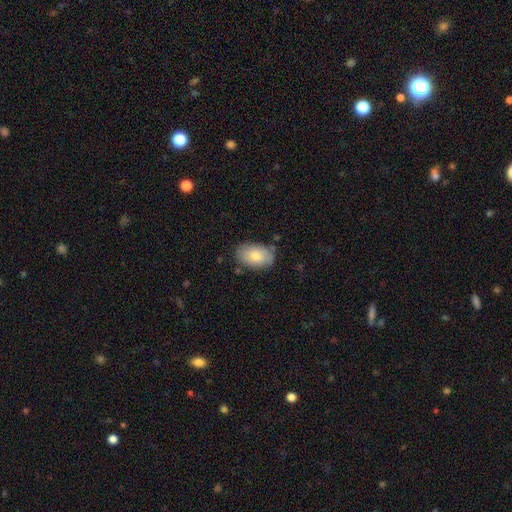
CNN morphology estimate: The model was most divided on "merging": none: 78%, minor disturbance: 16%, major disturbance: 3%, merger: 3%. More confident: how rounded — in between (92%); smooth or featured — smooth (78%).